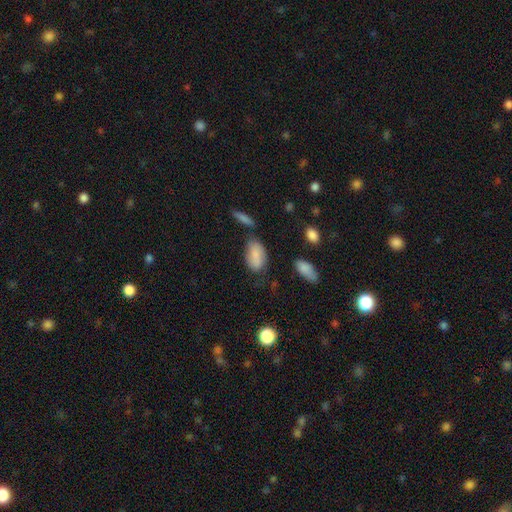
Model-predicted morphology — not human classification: Smooth or featured?
  - smooth: 82% *
  - featured or disk: 11%
  - star or artifact: 7%
How rounded?
  - in between: 93% *
  - cigar-shaped: 4%
  - round: 3%
Merging?
  - none: 57% *
  - minor disturbance: 24%
  - merger: 12%
  - major disturbance: 8%